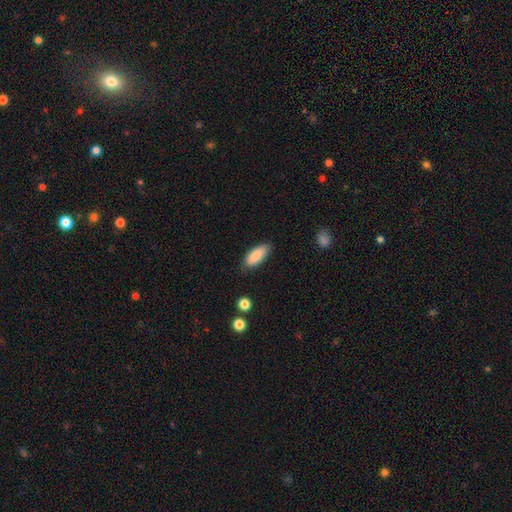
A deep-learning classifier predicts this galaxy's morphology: Q: Smooth or featured?
A: smooth (88%); runner-up: featured or disk (6%)
Q: How rounded?
A: in between (80%); runner-up: cigar-shaped (18%)
Q: Merging?
A: none (81%); runner-up: minor disturbance (15%)